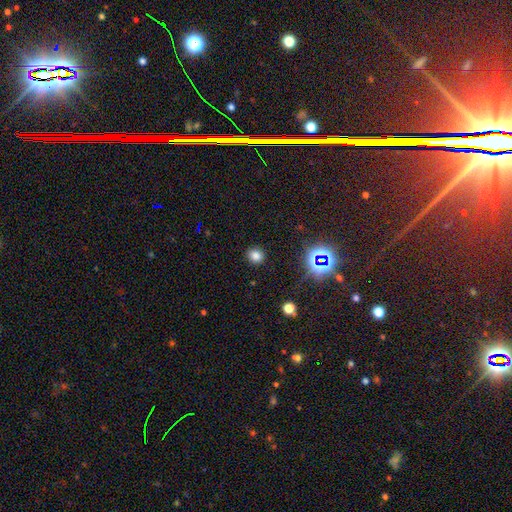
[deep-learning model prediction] smooth 75%, star or artifact 19%, featured or disk 6%. Down the decision tree: how rounded — round (81%); merging — none (89%).